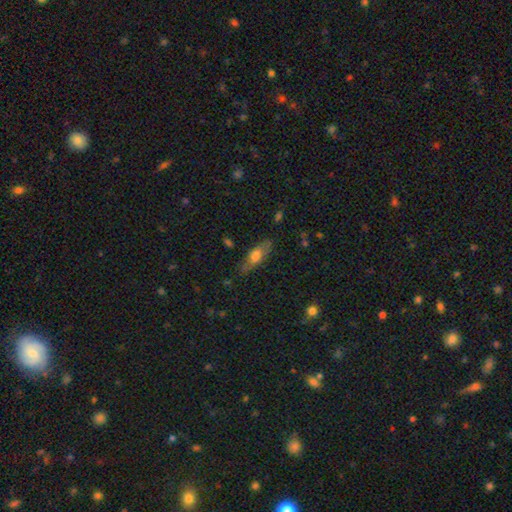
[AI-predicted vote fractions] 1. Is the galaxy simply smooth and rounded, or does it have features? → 60% smooth, 32% featured or disk, 8% star or artifact.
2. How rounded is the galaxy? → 62% in between, 35% cigar-shaped, 3% round.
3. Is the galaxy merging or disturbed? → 72% none, 20% minor disturbance, 6% major disturbance, 2% merger.